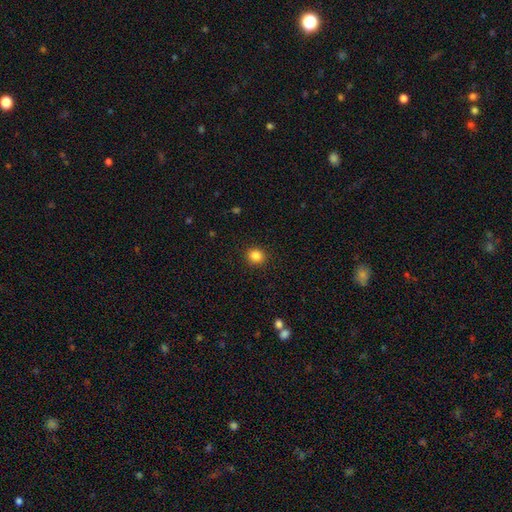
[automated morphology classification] A smooth galaxy with no disk features (85%) that is round (86%). Merging: none (91%).